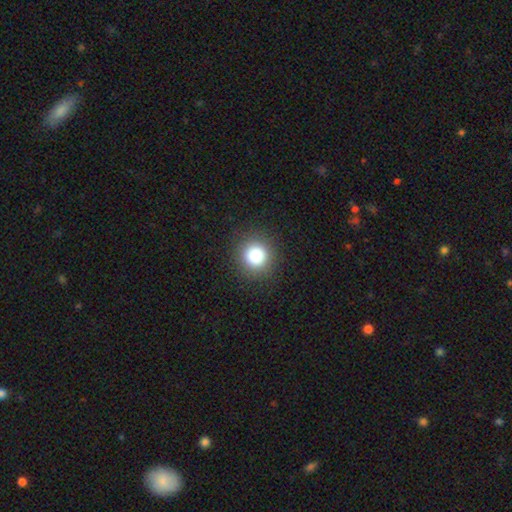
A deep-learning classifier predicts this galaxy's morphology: This is clearly a smooth galaxy (83%). How rounded: clearly round (93%). Merging: clearly none (91%).